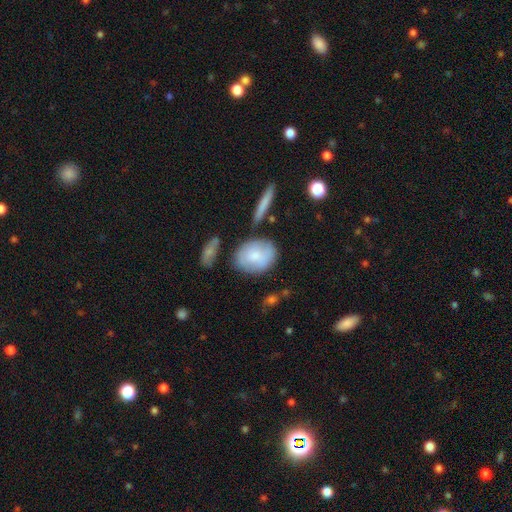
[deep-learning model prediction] Q: Smooth or featured?
A: smooth (71%); runner-up: featured or disk (23%)
Q: How rounded?
A: in between (61%); runner-up: round (36%)
Q: Merging?
A: none (70%); runner-up: minor disturbance (18%)